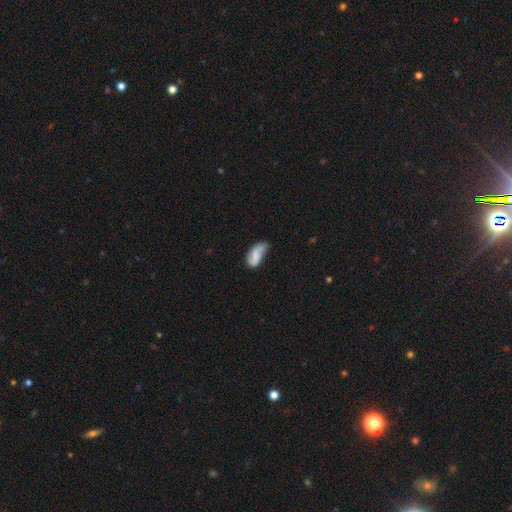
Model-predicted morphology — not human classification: Smooth or featured: smooth — 51% (featured or disk — 41%)
How rounded: in between — 90% (cigar-shaped — 5%)
Merging: minor disturbance — 42% (none — 34%)